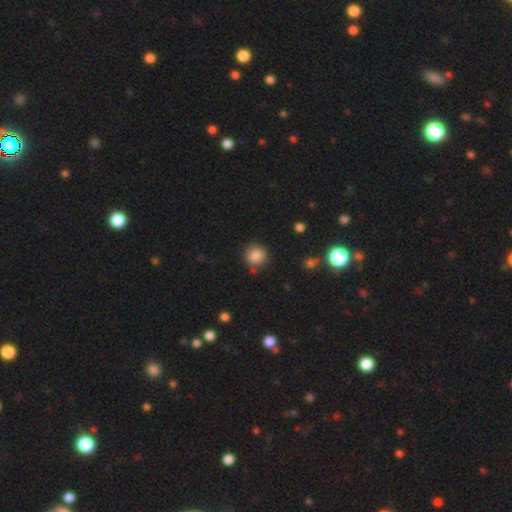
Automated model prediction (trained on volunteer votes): Q: Smooth or featured?
A: smooth (85%); runner-up: star or artifact (10%)
Q: How rounded?
A: round (93%); runner-up: in between (6%)
Q: Merging?
A: none (83%); runner-up: minor disturbance (9%)